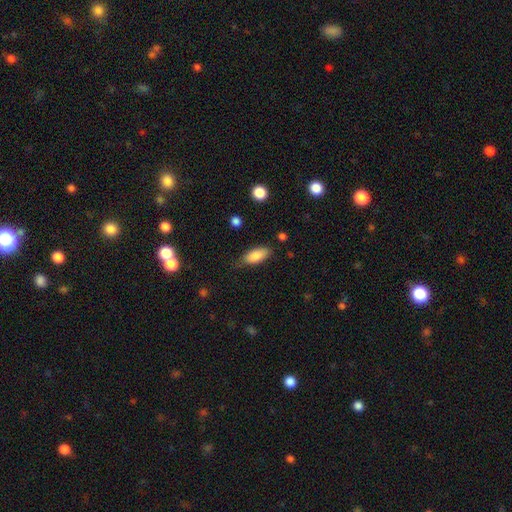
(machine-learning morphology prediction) Overall: smooth (84%). How rounded: in between (84%). Merging: none (75%).